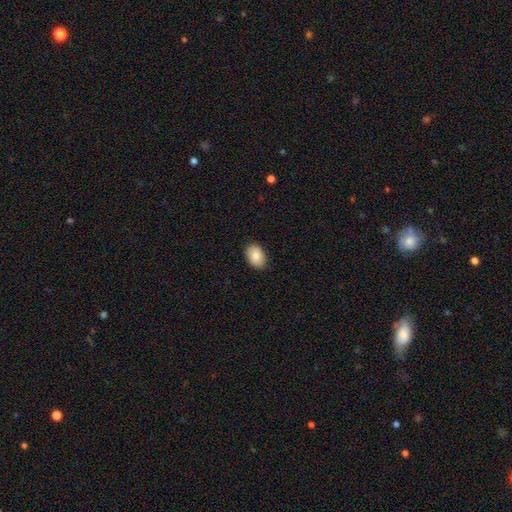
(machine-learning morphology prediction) A smooth galaxy with no disk features (85%) that is in between round and cigar-shaped (86%).

Vote fractions:
- Smooth or featured? smooth: 85% / featured or disk: 8% / star or artifact: 7%
- How rounded? in between: 86% / round: 13% / cigar-shaped: 1%
- Merging? none: 88% / minor disturbance: 9% / major disturbance: 2% / merger: 1%